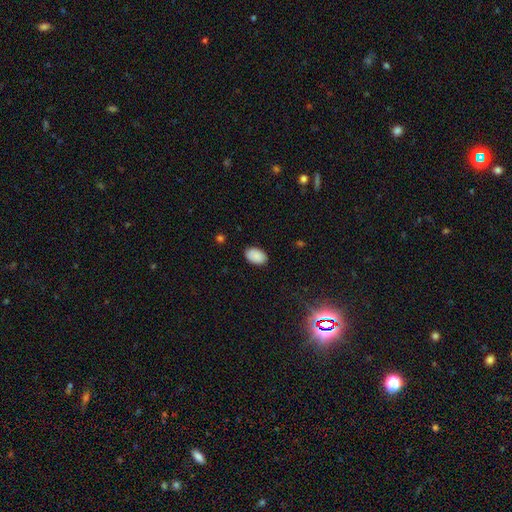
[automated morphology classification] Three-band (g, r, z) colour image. It shows a smooth galaxy with no disk features (89%) that is in between round and cigar-shaped (90%). Merging: none (86%).